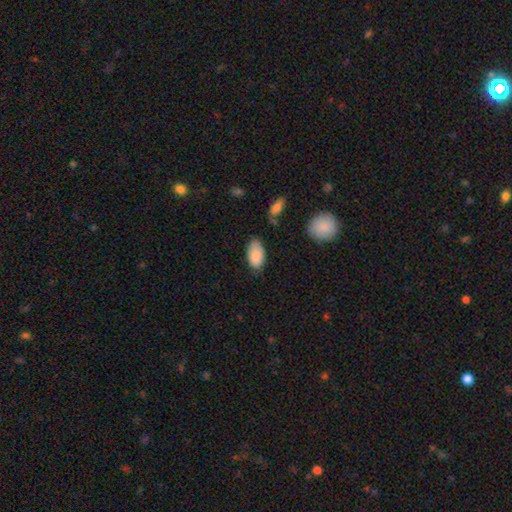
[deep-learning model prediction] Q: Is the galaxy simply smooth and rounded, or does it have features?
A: smooth — 87%.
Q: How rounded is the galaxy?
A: in between — 94%.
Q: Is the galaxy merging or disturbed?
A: none — 66%.